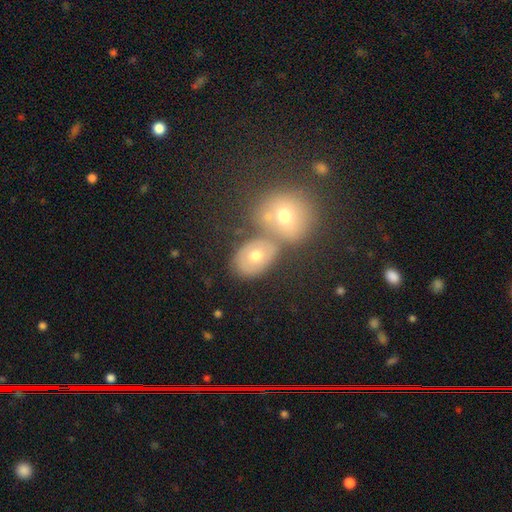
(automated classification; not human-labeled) A smooth galaxy with no disk features (60%) that is in between round and cigar-shaped (55%).

Vote fractions:
- Smooth or featured? smooth: 60% / featured or disk: 30% / star or artifact: 10%
- How rounded? in between: 55% / round: 44% / cigar-shaped: 1%
- Merging? none: 53% / merger: 30% / minor disturbance: 12% / major disturbance: 5%